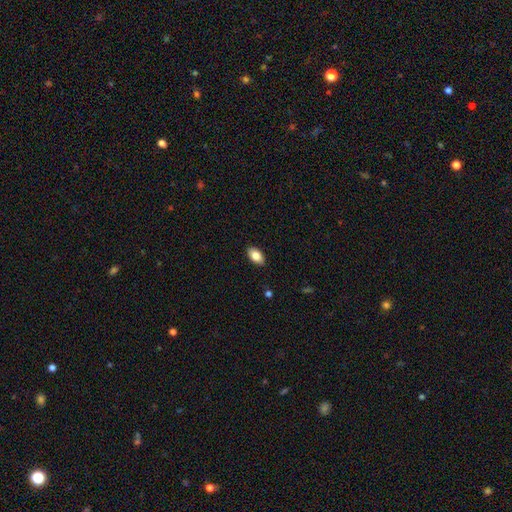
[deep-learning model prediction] Overall: smooth (84%). How rounded: in between (92%). Merging: none (88%).